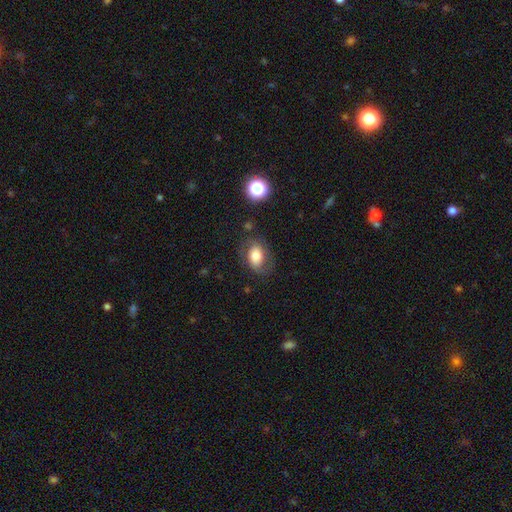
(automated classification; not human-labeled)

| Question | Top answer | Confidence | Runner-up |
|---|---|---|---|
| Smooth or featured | smooth | 62% | featured or disk (28%) |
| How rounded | in between | 76% | round (23%) |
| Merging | none | 67% | minor disturbance (20%) |